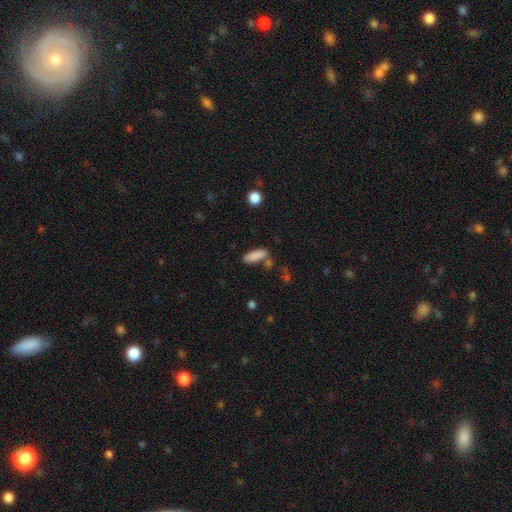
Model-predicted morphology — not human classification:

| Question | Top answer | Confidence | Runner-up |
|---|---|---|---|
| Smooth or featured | smooth | 87% | star or artifact (8%) |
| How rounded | in between | 61% | cigar-shaped (37%) |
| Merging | none | 72% | minor disturbance (14%) |